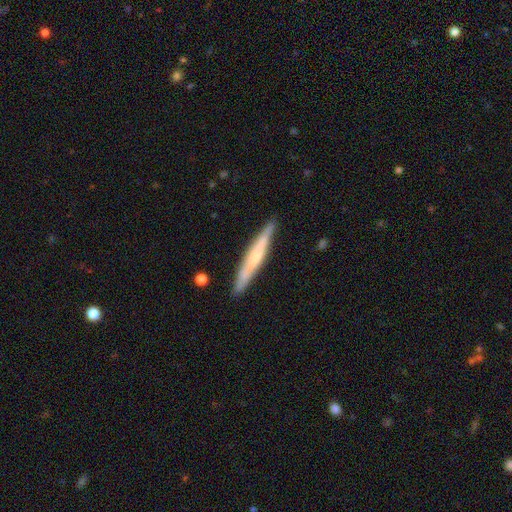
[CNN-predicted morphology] Smooth or featured?
  - featured or disk: 50% *
  - smooth: 44%
  - star or artifact: 6%
Edge-on disk?
  - yes: 93% *
  - no: 7%
Merging?
  - none: 86% *
  - minor disturbance: 11%
  - major disturbance: 2%
  - merger: 2%